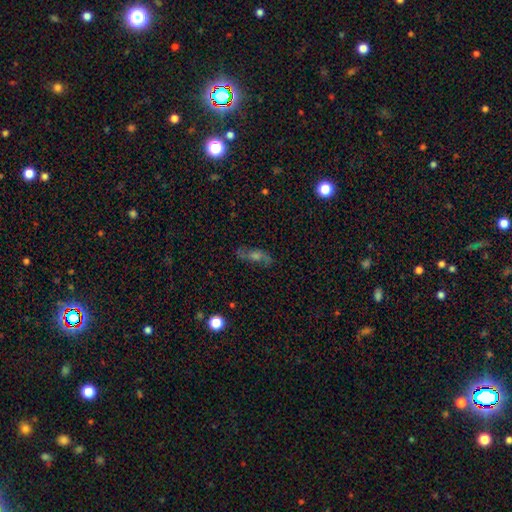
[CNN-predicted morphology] The model was most divided on "smooth or featured": featured or disk: 62%, smooth: 22%, star or artifact: 16%. More confident: edge-on disk — no (80%); merging — none (79%).